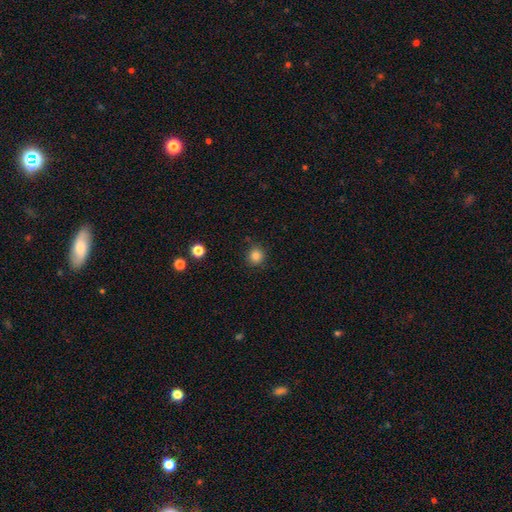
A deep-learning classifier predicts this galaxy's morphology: Smooth or featured?
  - smooth: 83% *
  - star or artifact: 12%
  - featured or disk: 5%
How rounded?
  - round: 92% *
  - in between: 7%
  - cigar-shaped: 1%
Merging?
  - none: 88% *
  - minor disturbance: 8%
  - major disturbance: 2%
  - merger: 2%